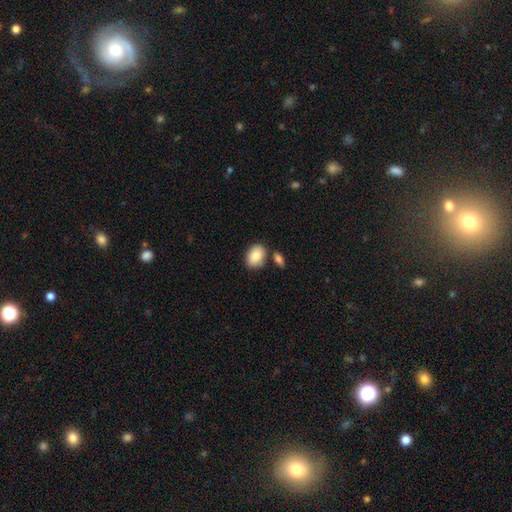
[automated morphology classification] Smooth or featured? Predicted: smooth (p=0.84). How rounded? Predicted: in between (p=0.78). Merging? Predicted: none (p=0.72).